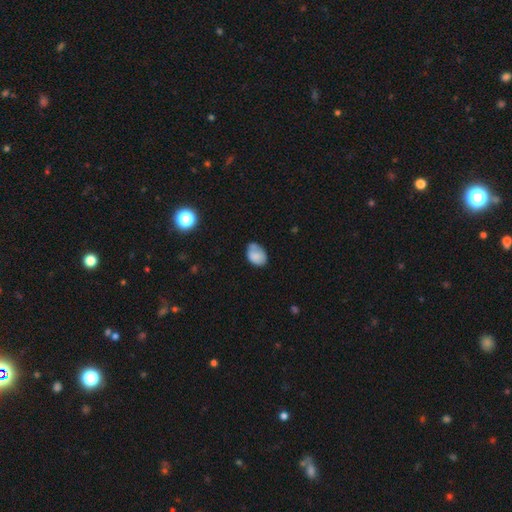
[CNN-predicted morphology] The model was most divided on "merging": none: 52%, minor disturbance: 32%, merger: 8%, major disturbance: 8%. More confident: smooth or featured — smooth (79%); how rounded — in between (77%).